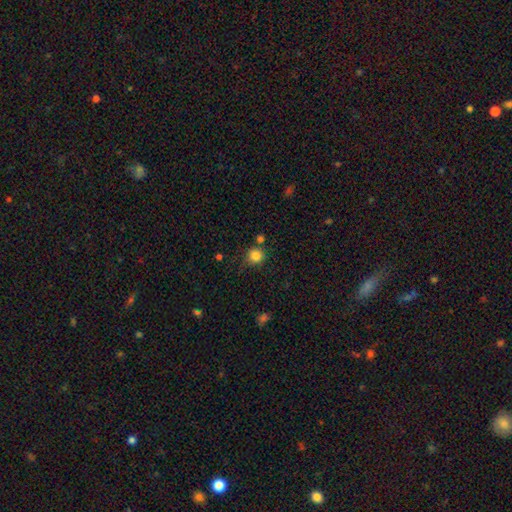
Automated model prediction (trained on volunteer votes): This is clearly a smooth galaxy (83%). How rounded: clearly round (91%). Merging: likely none (77%).